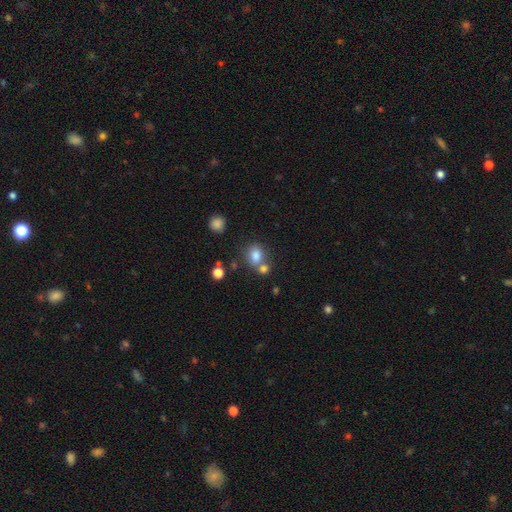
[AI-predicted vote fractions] Morphology: type=smooth (80%); roundness=round (51%); merging=none (50%).